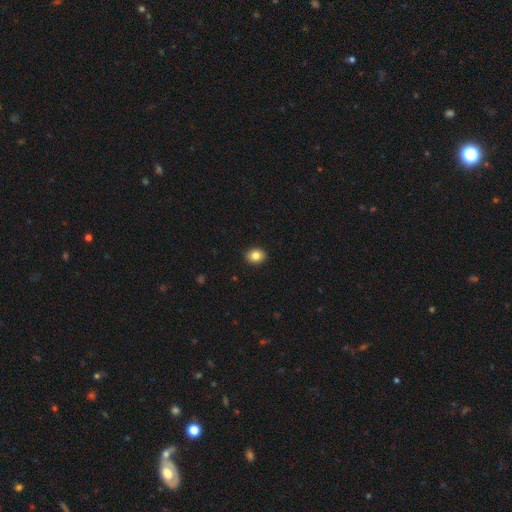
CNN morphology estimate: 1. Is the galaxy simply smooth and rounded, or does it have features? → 84% smooth, 9% star or artifact, 7% featured or disk.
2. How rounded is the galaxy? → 52% round, 47% in between, 1% cigar-shaped.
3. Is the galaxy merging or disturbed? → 92% none, 6% minor disturbance, 2% major disturbance, 1% merger.